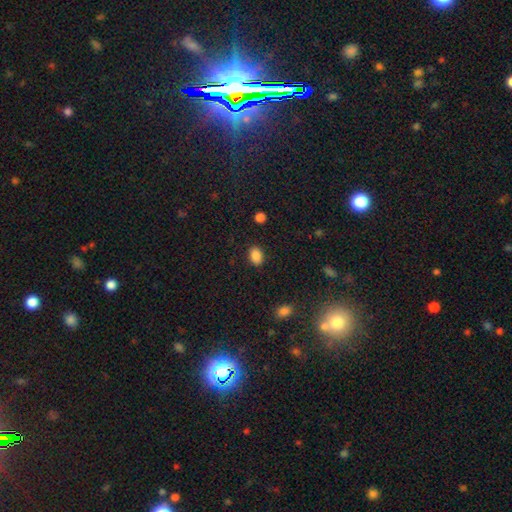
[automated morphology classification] smooth_or_featured: smooth (p=0.87) [alt: star or artifact p=0.09]
how_rounded: in between (p=0.81) [alt: round p=0.18]
merging: none (p=0.86) [alt: minor disturbance p=0.09]